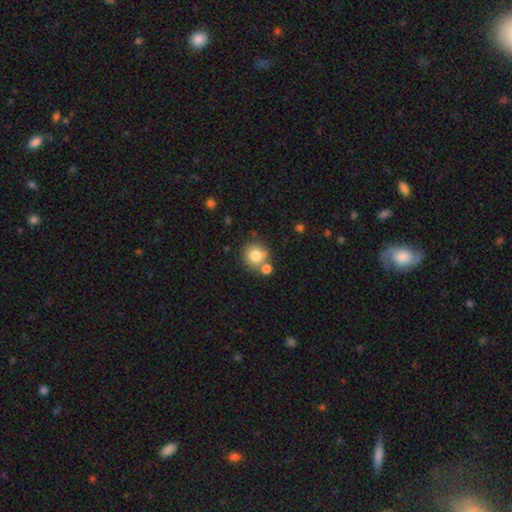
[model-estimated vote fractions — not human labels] Smooth or featured?
  - smooth: 80% *
  - featured or disk: 10%
  - star or artifact: 10%
How rounded?
  - round: 87% *
  - in between: 12%
  - cigar-shaped: 1%
Merging?
  - none: 64% *
  - merger: 20%
  - minor disturbance: 12%
  - major disturbance: 4%